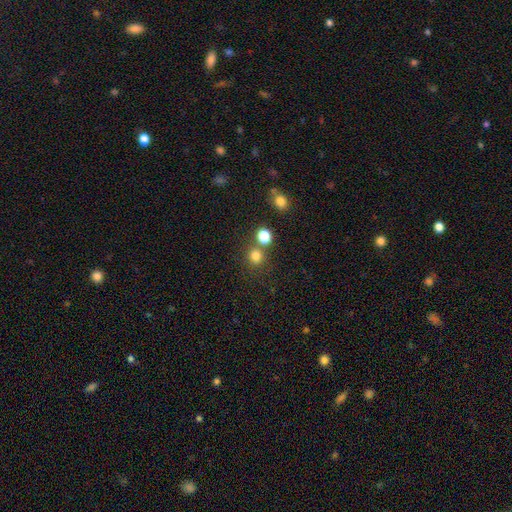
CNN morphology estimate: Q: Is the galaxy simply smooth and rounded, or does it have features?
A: smooth — 78%.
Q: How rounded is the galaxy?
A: round — 88%.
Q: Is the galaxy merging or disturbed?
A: none — 72%.